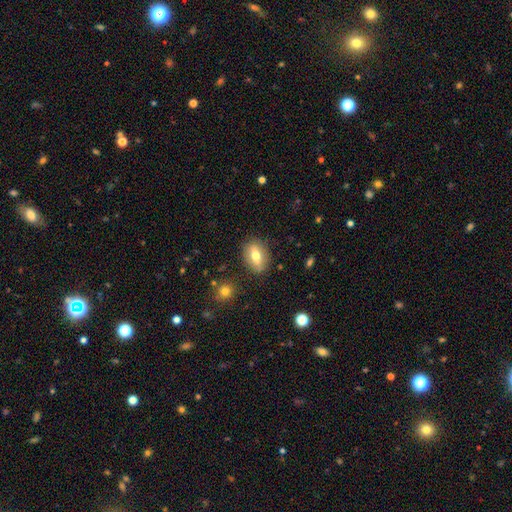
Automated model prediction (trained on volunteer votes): smooth_or_featured: smooth (p=0.66) [alt: featured or disk p=0.26]
how_rounded: in between (p=0.83) [alt: round p=0.13]
merging: none (p=0.83) [alt: minor disturbance p=0.12]